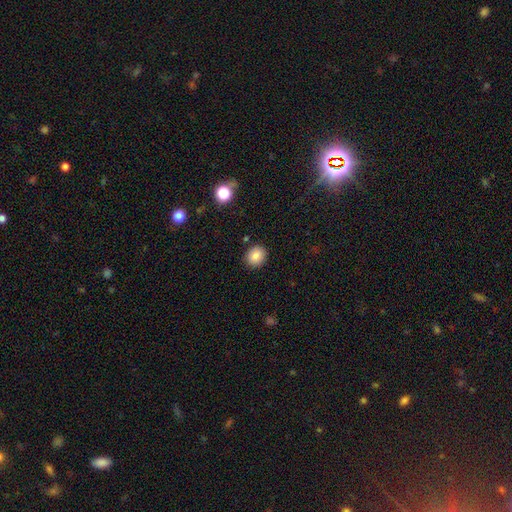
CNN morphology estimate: Smooth or featured? Predicted: smooth (p=0.84). How rounded? Predicted: round (p=0.75). Merging? Predicted: none (p=0.89).